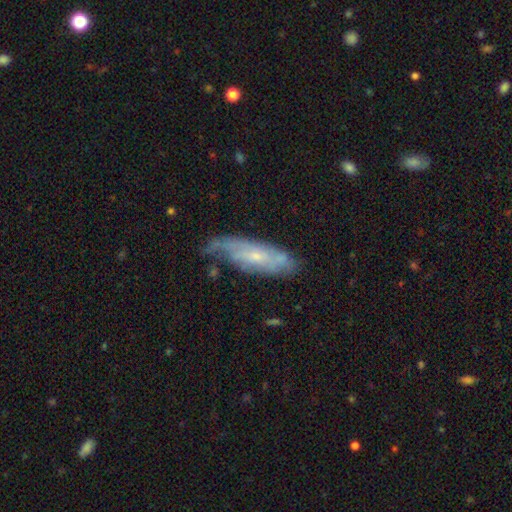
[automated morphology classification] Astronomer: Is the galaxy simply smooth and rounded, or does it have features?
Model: featured or disk — 63%.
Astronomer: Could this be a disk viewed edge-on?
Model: no — 76%.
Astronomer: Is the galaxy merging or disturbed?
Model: none — 52% (runner-up: minor disturbance, 32%).